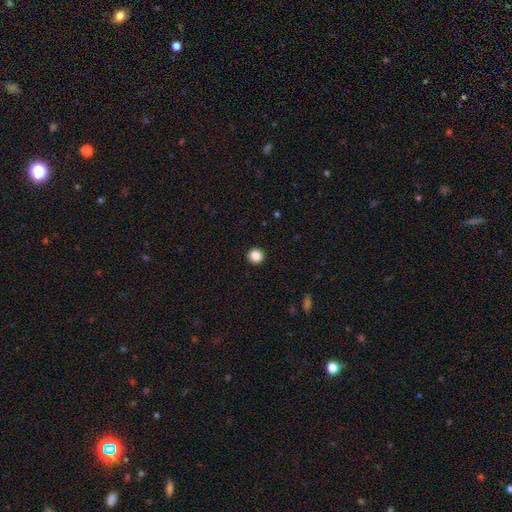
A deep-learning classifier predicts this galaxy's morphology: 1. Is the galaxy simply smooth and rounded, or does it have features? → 86% smooth, 10% star or artifact, 3% featured or disk.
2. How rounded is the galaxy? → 94% round, 5% in between, 1% cigar-shaped.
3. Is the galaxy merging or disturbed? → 93% none, 4% minor disturbance, 2% major disturbance, 1% merger.